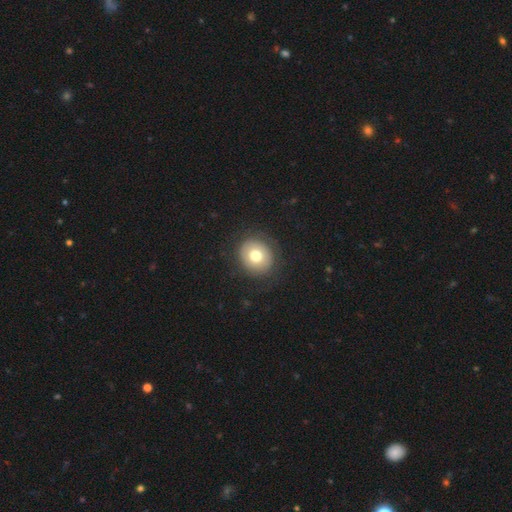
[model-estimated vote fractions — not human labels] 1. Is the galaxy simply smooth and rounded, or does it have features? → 72% smooth, 19% featured or disk, 9% star or artifact.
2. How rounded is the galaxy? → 79% round, 20% in between, 1% cigar-shaped.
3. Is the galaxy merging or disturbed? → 87% none, 9% minor disturbance, 4% major disturbance, 1% merger.